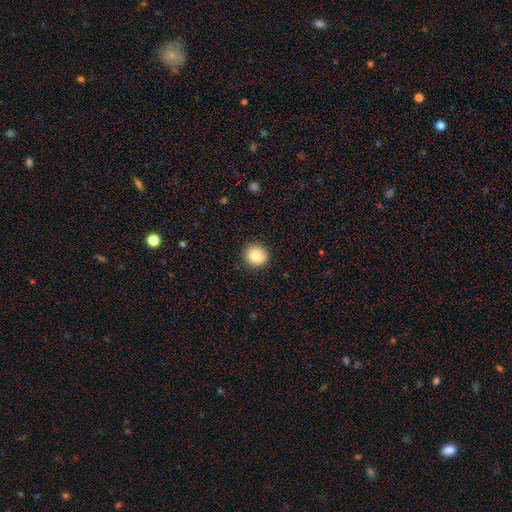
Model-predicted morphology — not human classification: This is clearly a smooth galaxy (81%). How rounded: clearly round (92%). Merging: clearly none (90%).